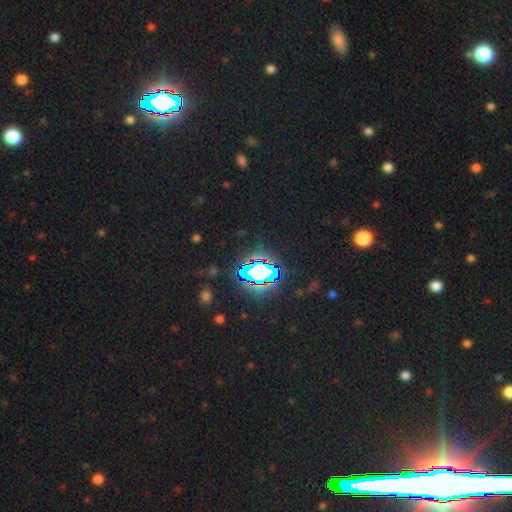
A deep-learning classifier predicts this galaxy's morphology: smooth-or-featured: star or artifact: 81% | smooth: 11% | featured or disk: 7%